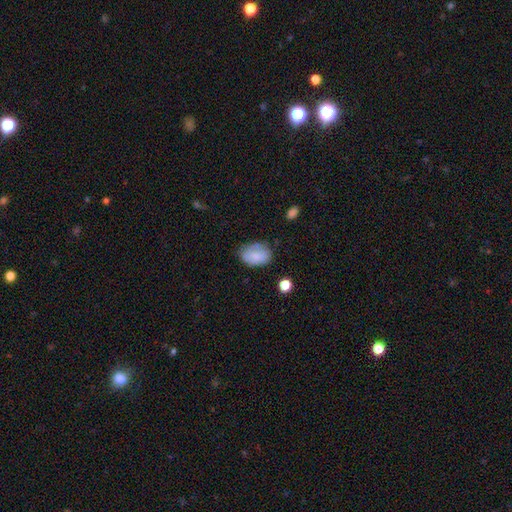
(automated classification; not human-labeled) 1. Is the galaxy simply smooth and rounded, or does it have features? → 79% smooth, 13% featured or disk, 8% star or artifact.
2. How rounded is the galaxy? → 83% in between, 16% round, 1% cigar-shaped.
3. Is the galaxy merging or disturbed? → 62% none, 27% minor disturbance, 8% major disturbance, 4% merger.